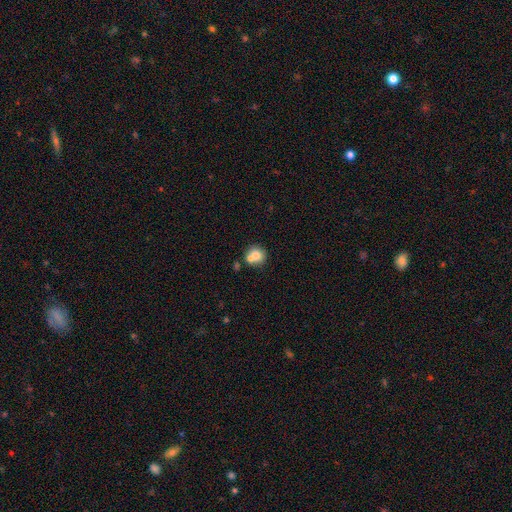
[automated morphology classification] Smooth or featured? smooth (74%)
How rounded? round (87%)
Merging? none (52%)